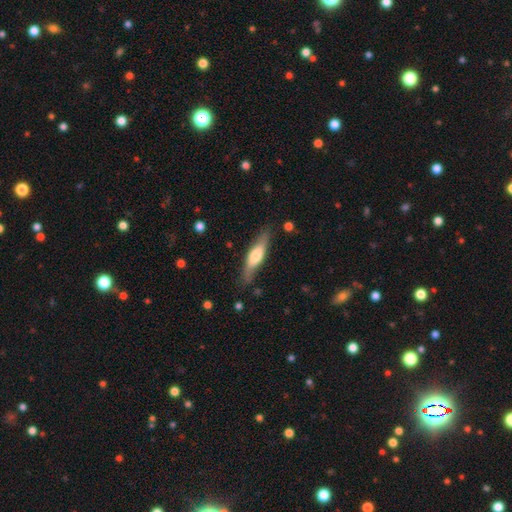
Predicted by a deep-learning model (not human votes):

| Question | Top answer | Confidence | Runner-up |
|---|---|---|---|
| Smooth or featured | smooth | 52% | featured or disk (42%) |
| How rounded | cigar-shaped | 68% | in between (30%) |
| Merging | none | 80% | minor disturbance (15%) |